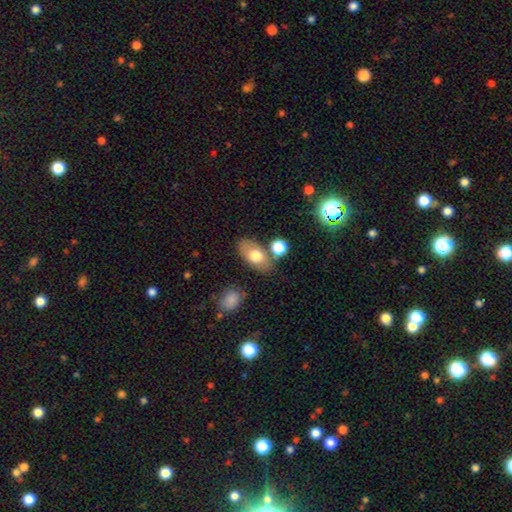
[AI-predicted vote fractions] smooth_or_featured: smooth (p=0.69) [alt: featured or disk p=0.23]
how_rounded: in between (p=0.89) [alt: round p=0.08]
merging: none (p=0.69) [alt: minor disturbance p=0.14]